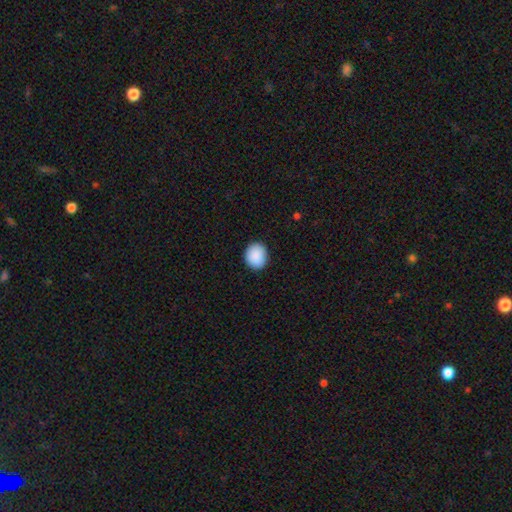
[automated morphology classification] smooth_or_featured: smooth (p=0.90) [alt: star or artifact p=0.07]
how_rounded: round (p=0.72) [alt: in between p=0.28]
merging: none (p=0.89) [alt: minor disturbance p=0.08]